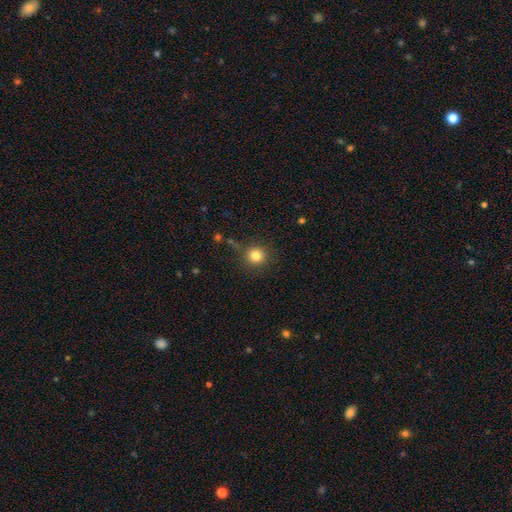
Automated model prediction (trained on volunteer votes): Overall: smooth (81%). How rounded: round (93%). Merging: none (85%).